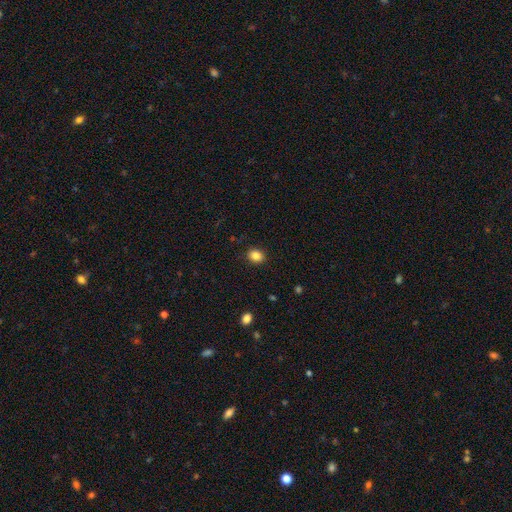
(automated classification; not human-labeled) A smooth galaxy with no disk features (85%) that is round (61%). Merging: none (90%).